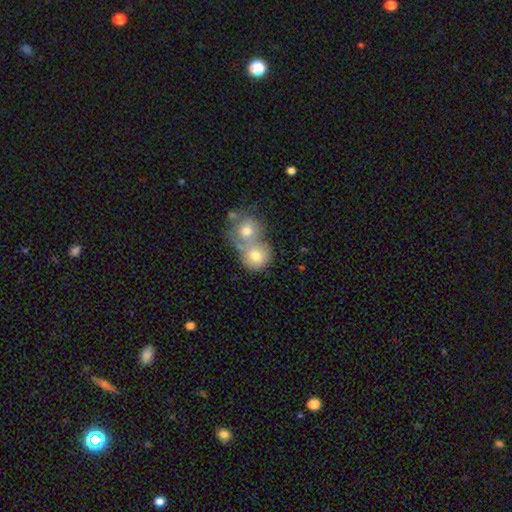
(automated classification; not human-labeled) smooth-or-featured: smooth: 69% | featured or disk: 22% | star or artifact: 8%
  how-rounded: round: 74% | in between: 25% | cigar-shaped: 1%
  merging: merger: 69% | none: 20% | minor disturbance: 6% | major disturbance: 4%